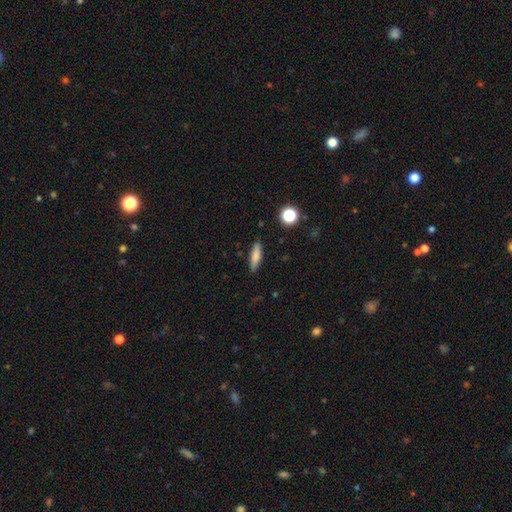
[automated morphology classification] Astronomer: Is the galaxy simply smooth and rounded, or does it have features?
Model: smooth — 79%.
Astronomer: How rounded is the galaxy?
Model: cigar-shaped — 62%.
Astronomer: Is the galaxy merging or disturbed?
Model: none — 87%.